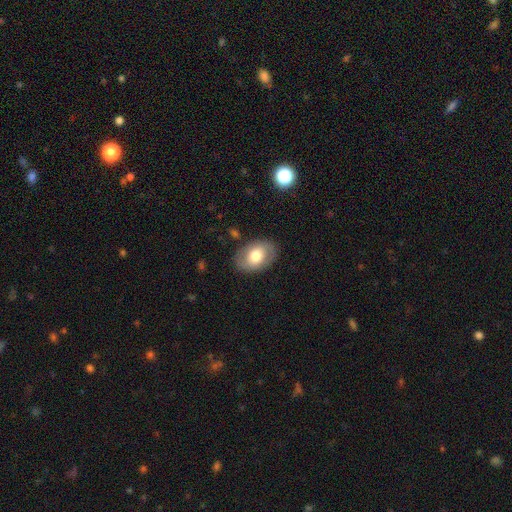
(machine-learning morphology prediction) smooth_or_featured: smooth (p=0.64) [alt: featured or disk p=0.30]
how_rounded: in between (p=0.80) [alt: round p=0.19]
merging: none (p=0.82) [alt: minor disturbance p=0.12]